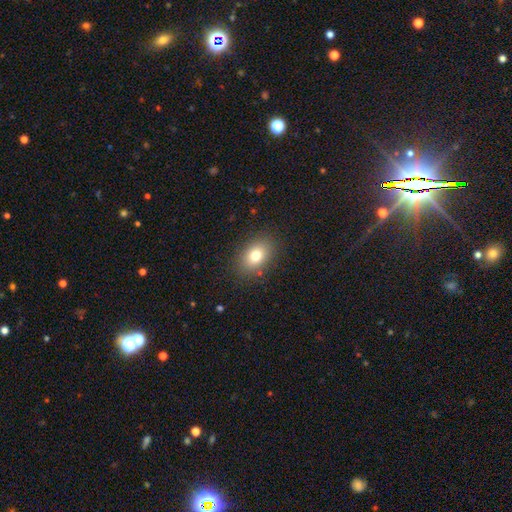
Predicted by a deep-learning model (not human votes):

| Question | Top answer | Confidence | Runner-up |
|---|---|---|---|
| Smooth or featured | smooth | 77% | featured or disk (12%) |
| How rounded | in between | 77% | round (22%) |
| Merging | none | 86% | minor disturbance (9%) |